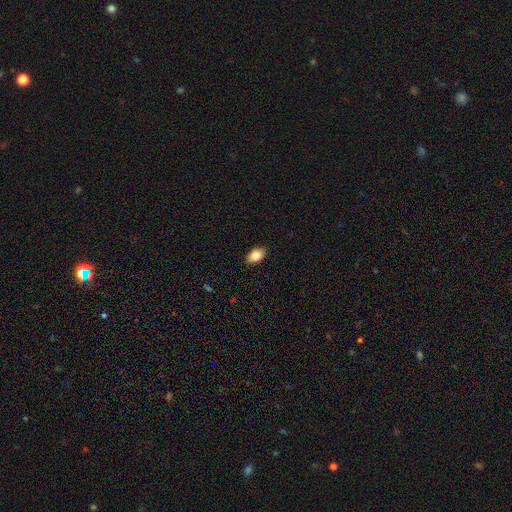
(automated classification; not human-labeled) Overall: smooth (83%). How rounded: in between (90%). Merging: none (88%).